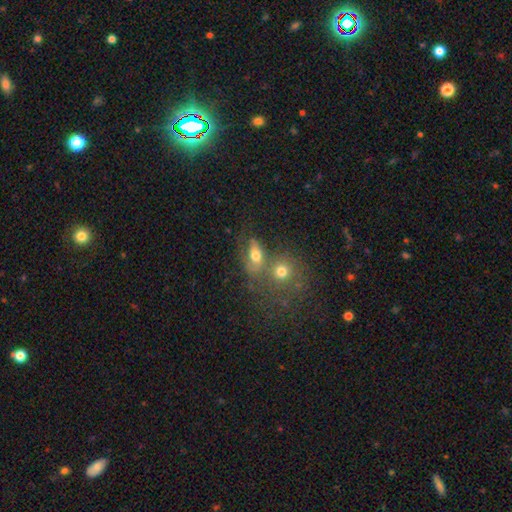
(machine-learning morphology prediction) The model was most divided on "merging": none: 40%, merger: 36%, minor disturbance: 14%, major disturbance: 10%. More confident: how rounded — in between (70%); smooth or featured — smooth (58%).